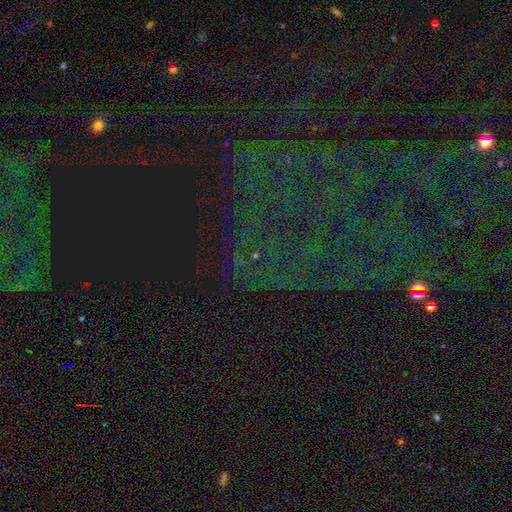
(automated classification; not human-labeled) Smooth or featured? star or artifact (78%)